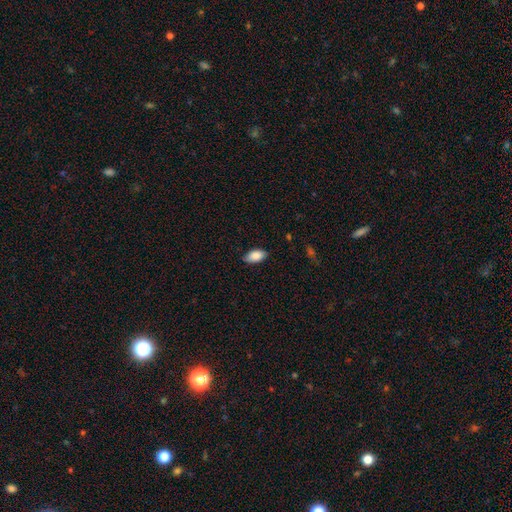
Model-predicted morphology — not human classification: Smooth or featured: smooth — 86% (featured or disk — 7%)
How rounded: in between — 93% (cigar-shaped — 4%)
Merging: none — 84% (minor disturbance — 12%)